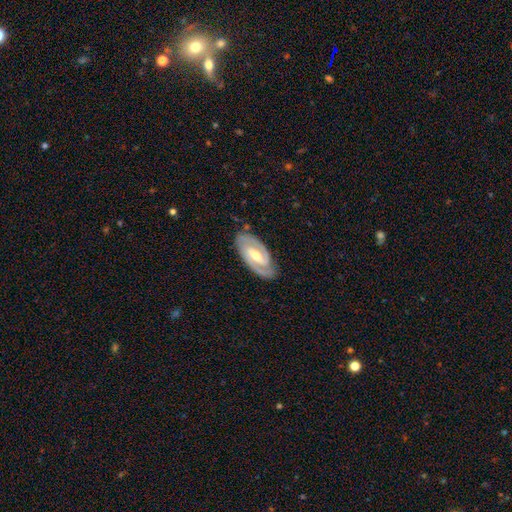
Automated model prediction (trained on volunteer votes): A featured or disk galaxy (89%) with a weak bar (43%), 2 (90%) tight (52%) spiral arms (96%) and a moderate central bulge (57%).

Vote fractions:
- Smooth or featured? featured or disk: 89% / smooth: 7% / star or artifact: 4%
- Edge-on disk? no: 95% / yes: 5%
- Bar? weak: 43% / strong: 39% / no: 18%
- Spiral arms? yes: 96% / no: 4%
- Spiral winding? tight: 52% / medium: 40% / loose: 7%
- Spiral arm count? 2: 90% / can't tell: 4% / 1: 2% / 3: 2% / 4: 1% / more than 4: 1%
- Bulge size? moderate: 57% / small: 39% / large: 2% / none: 1% / dominant: 1%
- Merging? none: 84% / minor disturbance: 12% / major disturbance: 3% / merger: 1%